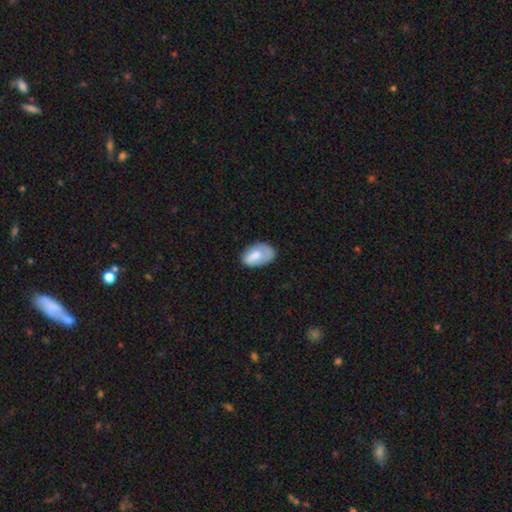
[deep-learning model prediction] Smooth or featured? smooth (70%)
How rounded? in between (91%)
Merging? none (56%)